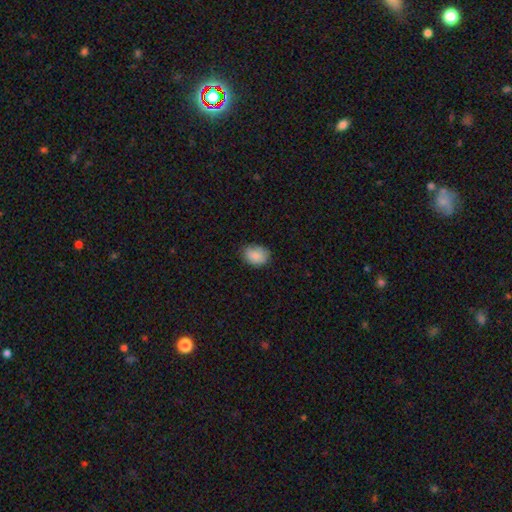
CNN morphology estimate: Smooth or featured?
  - smooth: 86% *
  - star or artifact: 7%
  - featured or disk: 6%
How rounded?
  - in between: 69% *
  - round: 30%
  - cigar-shaped: 1%
Merging?
  - none: 80% *
  - minor disturbance: 16%
  - major disturbance: 3%
  - merger: 1%